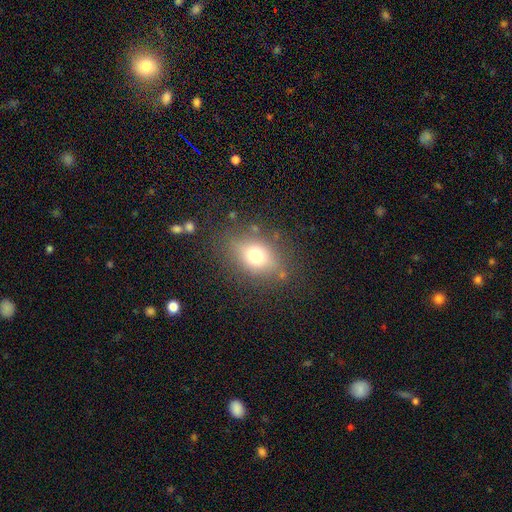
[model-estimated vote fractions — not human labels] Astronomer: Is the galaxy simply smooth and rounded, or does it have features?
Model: smooth — 71%.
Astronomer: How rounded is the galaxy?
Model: in between — 63%.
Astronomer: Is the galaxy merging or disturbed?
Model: none — 76%.